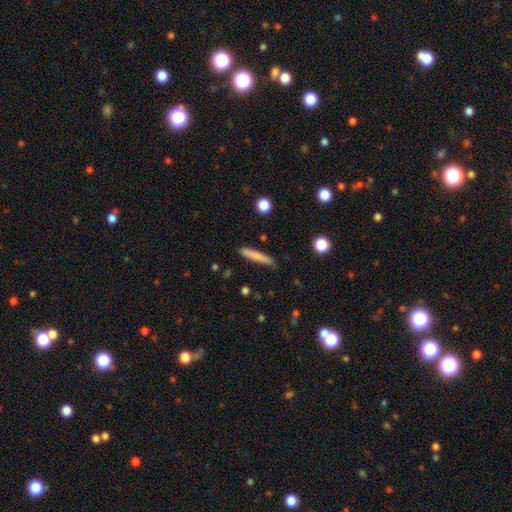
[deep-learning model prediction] Smooth or featured? smooth (78%)
How rounded? cigar-shaped (92%)
Merging? none (80%)